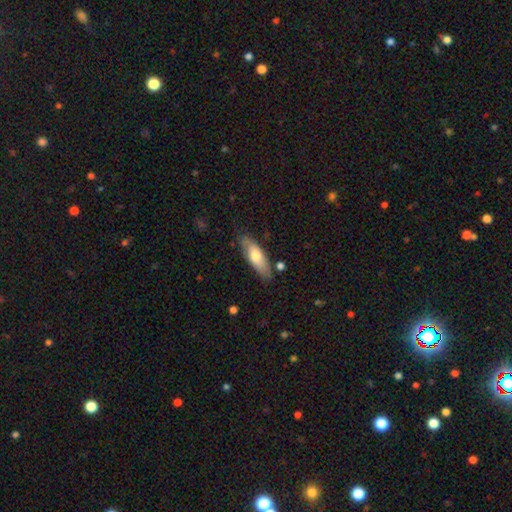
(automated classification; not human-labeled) Smooth or featured: smooth — 68% (featured or disk — 26%)
How rounded: in between — 60% (cigar-shaped — 38%)
Merging: none — 78% (minor disturbance — 16%)